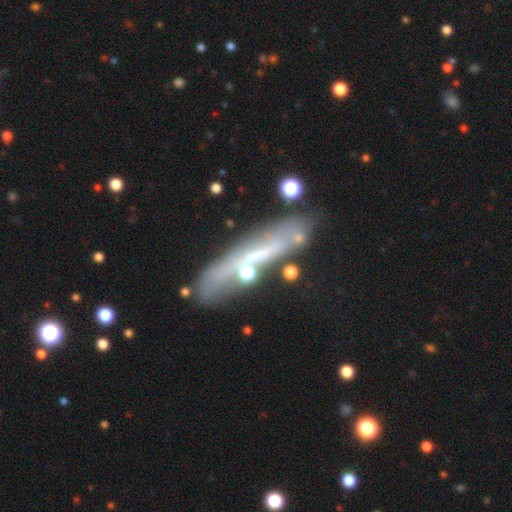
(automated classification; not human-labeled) Q: Smooth or featured?
A: featured or disk (63%); runner-up: smooth (26%)
Q: Edge-on disk?
A: yes (58%); runner-up: no (42%)
Q: Merging?
A: none (62%); runner-up: minor disturbance (19%)